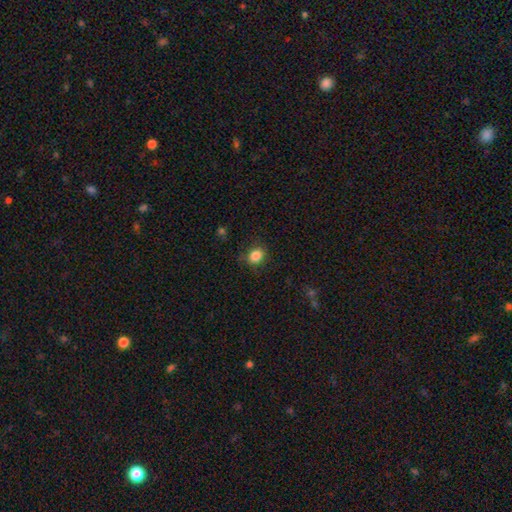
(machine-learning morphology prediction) This is clearly a smooth galaxy (85%). How rounded: likely round (65%). Merging: likely none (80%).